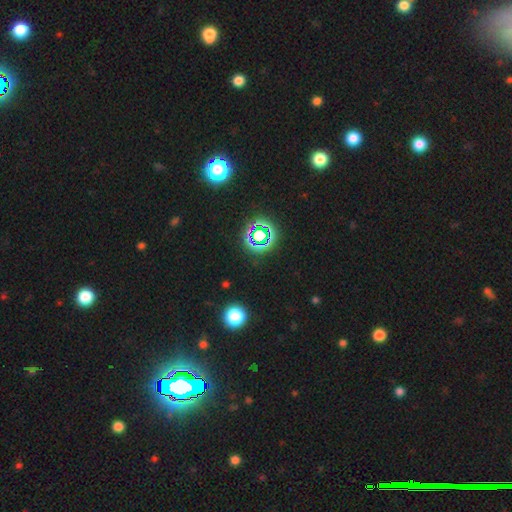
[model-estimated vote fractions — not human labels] smooth-or-featured: star or artifact: 73% | smooth: 21% | featured or disk: 6%